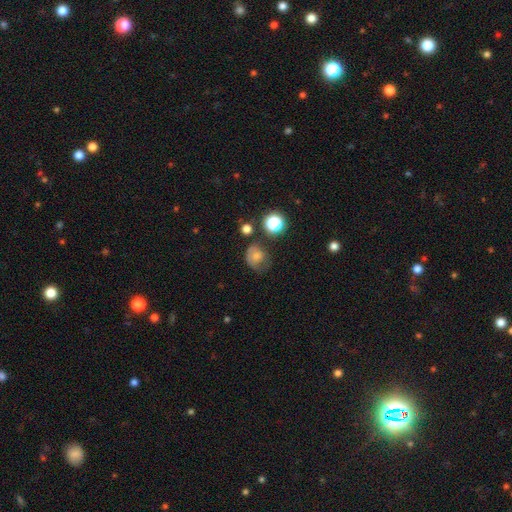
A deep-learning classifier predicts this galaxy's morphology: Q: Smooth or featured?
A: smooth (65%); runner-up: featured or disk (20%)
Q: How rounded?
A: round (67%); runner-up: in between (32%)
Q: Merging?
A: none (45%); runner-up: minor disturbance (31%)